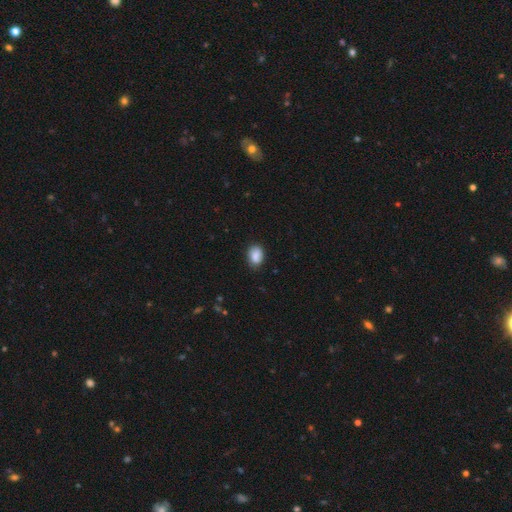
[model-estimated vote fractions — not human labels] Overall: smooth (88%). How rounded: in between (77%). Merging: none (80%).